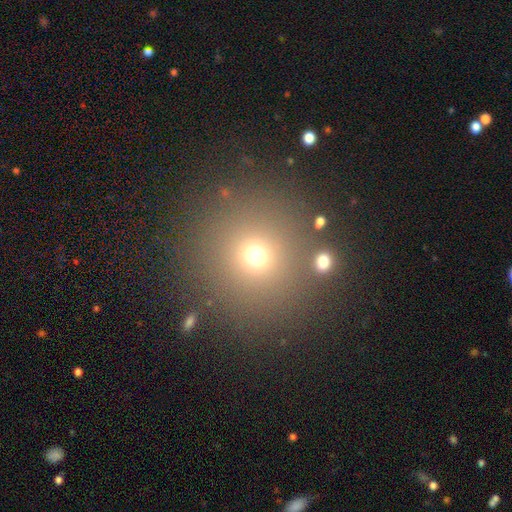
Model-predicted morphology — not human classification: Overall: smooth (68%). How rounded: round (91%). Merging: none (79%).